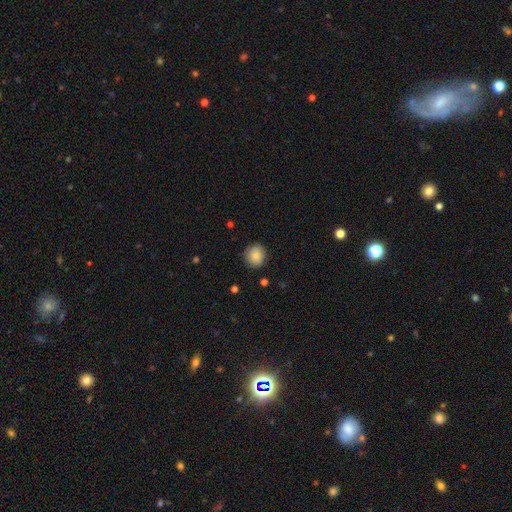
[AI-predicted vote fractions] The model was most divided on "how rounded": round: 86%, in between: 14%, cigar-shaped: 1%. More confident: merging — none (87%); smooth or featured — smooth (83%).